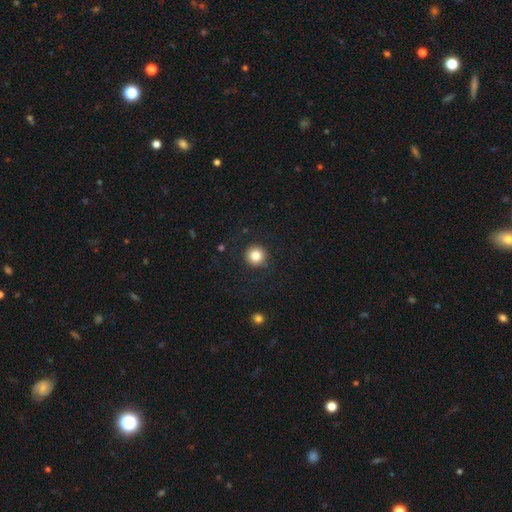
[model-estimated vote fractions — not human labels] This appears to be a smooth galaxy with no disk features (84%) that is round (96%). Merging: none (90%).